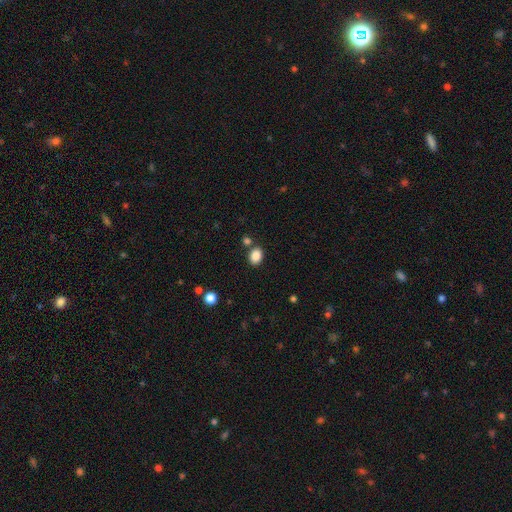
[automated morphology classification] This appears to be a smooth galaxy with no disk features (86%) that is in between round and cigar-shaped (64%). Merging: none (76%).